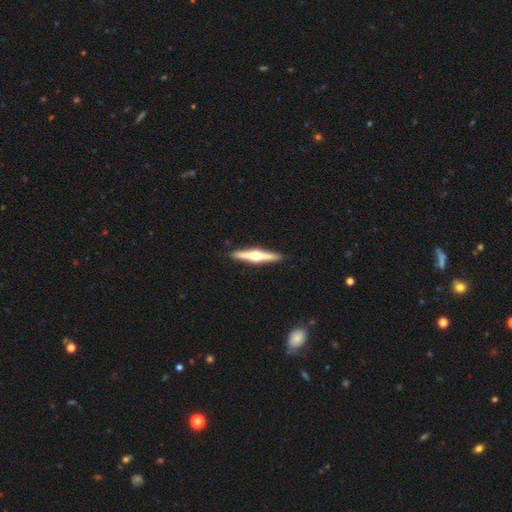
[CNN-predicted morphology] smooth-or-featured: featured or disk: 73% | smooth: 22% | star or artifact: 5%
  disk-edge-on: yes: 98% | no: 2%
    edge-on-bulge: rounded: 96% | boxy: 2% | none: 2%
  merging: none: 91% | minor disturbance: 6% | major disturbance: 1% | merger: 1%